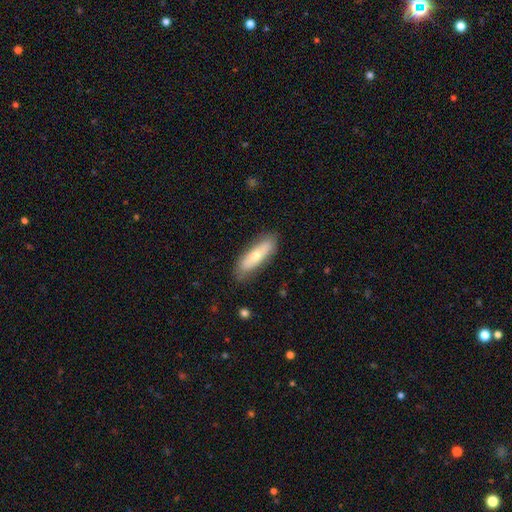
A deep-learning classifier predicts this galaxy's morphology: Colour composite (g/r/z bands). It shows a smooth galaxy with no disk features (61%) that is cigar-shaped (53%). Merging: none (80%).